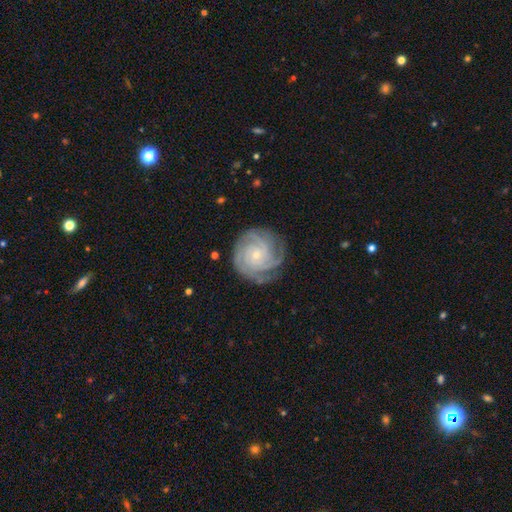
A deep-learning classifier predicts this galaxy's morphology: This is clearly a featured or disk galaxy (87%). It is clearly not viewed edge-on (98%). Bar: likely no (78%). Spiral arm pattern: clearly yes (98%). Spiral arm count: marginally 3 (33%). Spiral winding: likely tight (76%). Central bulge: likely small (79%). Merging: likely none (77%).